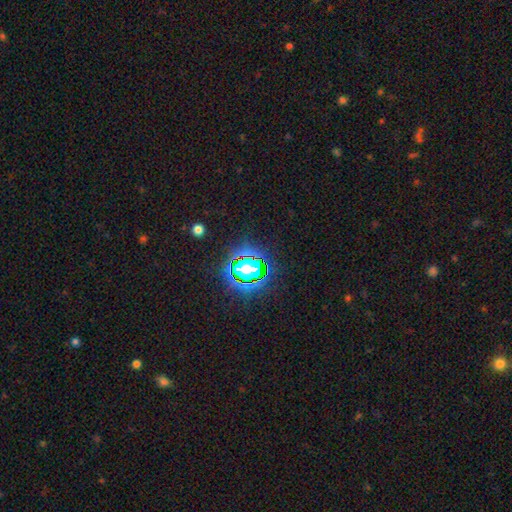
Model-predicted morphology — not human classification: smooth_or_featured: star or artifact (p=0.84) [alt: smooth p=0.11]